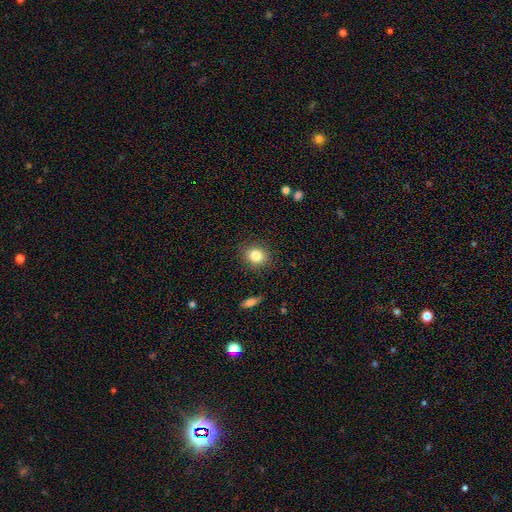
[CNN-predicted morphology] This appears to be a smooth galaxy with no disk features (83%) that is round (75%). Merging: none (88%).